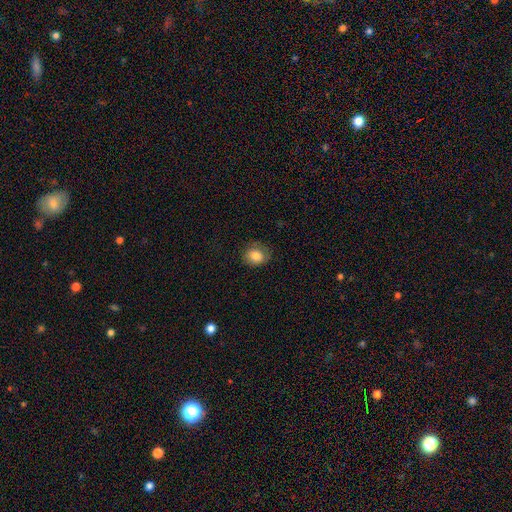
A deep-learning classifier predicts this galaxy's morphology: type=smooth (82%); roundness=round (65%); merging=none (72%).